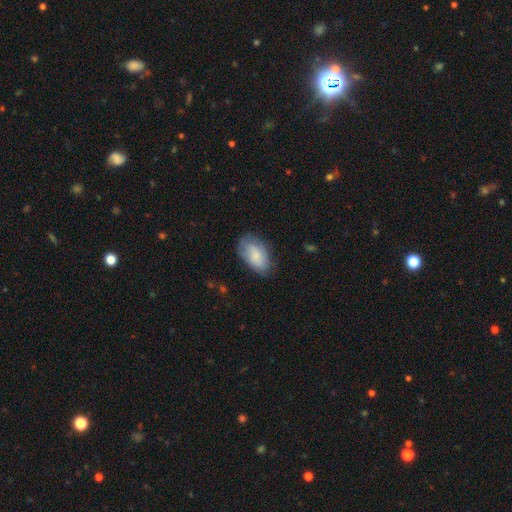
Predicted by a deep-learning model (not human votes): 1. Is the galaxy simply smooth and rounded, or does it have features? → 76% smooth, 17% featured or disk, 7% star or artifact.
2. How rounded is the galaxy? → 93% in between, 5% round, 2% cigar-shaped.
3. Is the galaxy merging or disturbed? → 71% none, 22% minor disturbance, 6% major disturbance, 1% merger.